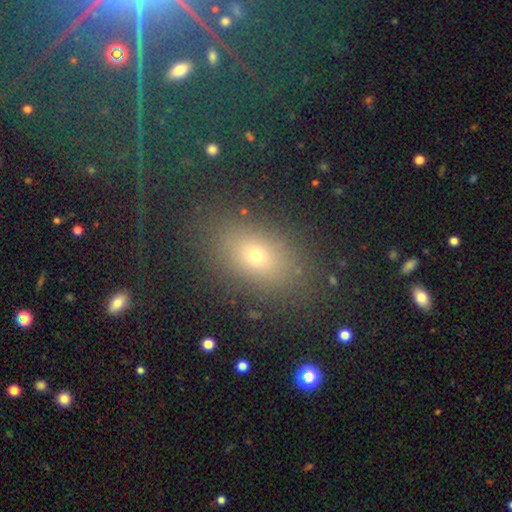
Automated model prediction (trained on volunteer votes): Q: Smooth or featured?
A: smooth (70%); runner-up: star or artifact (17%)
Q: How rounded?
A: in between (76%); runner-up: round (20%)
Q: Merging?
A: none (82%); runner-up: minor disturbance (10%)